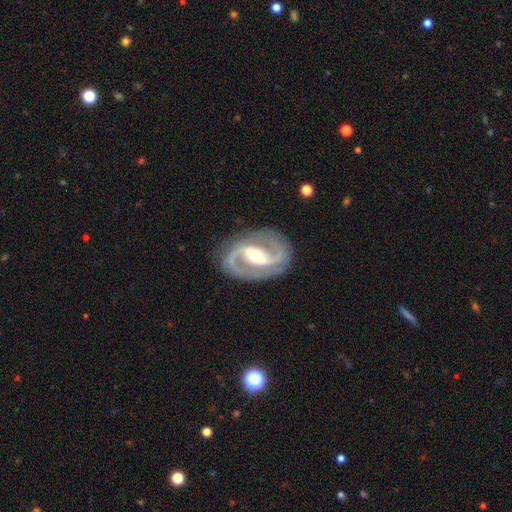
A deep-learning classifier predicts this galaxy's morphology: Overall: featured or disk (92%). Edge-on disk: no (97%). Bar: strong (43%; weak 39%). Spiral arms: yes (97%). Spiral arm count: 2 (94%). Spiral winding: medium (60%; tight 24%). Bulge size: moderate (71%). Merging: none (85%).